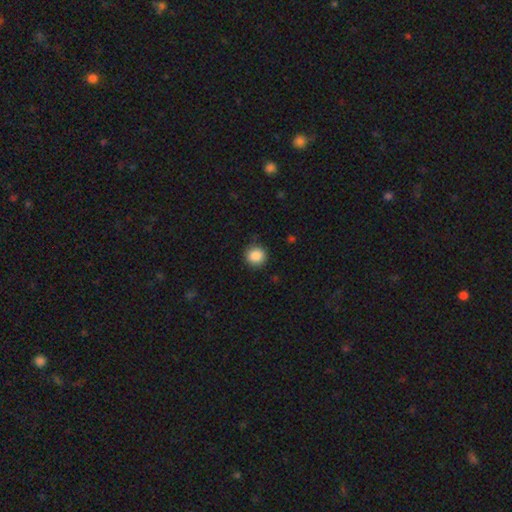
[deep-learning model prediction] This is clearly a smooth galaxy (87%). How rounded: clearly round (92%). Merging: clearly none (89%).